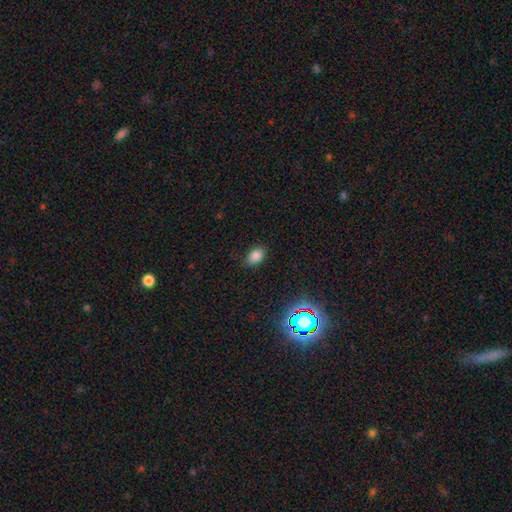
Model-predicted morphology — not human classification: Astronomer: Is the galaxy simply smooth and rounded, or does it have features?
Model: smooth — 82%.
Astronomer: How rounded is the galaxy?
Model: in between — 82%.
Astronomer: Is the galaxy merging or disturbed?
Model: none — 80%.